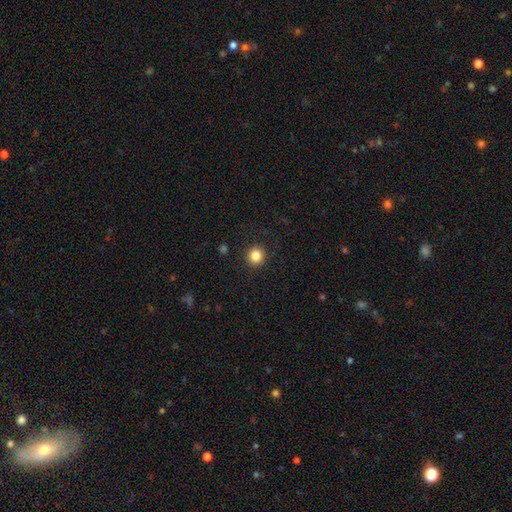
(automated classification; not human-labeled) Smooth or featured?
  - smooth: 85% *
  - star or artifact: 11%
  - featured or disk: 5%
How rounded?
  - round: 93% *
  - in between: 6%
  - cigar-shaped: 1%
Merging?
  - none: 91% *
  - minor disturbance: 6%
  - major disturbance: 2%
  - merger: 1%